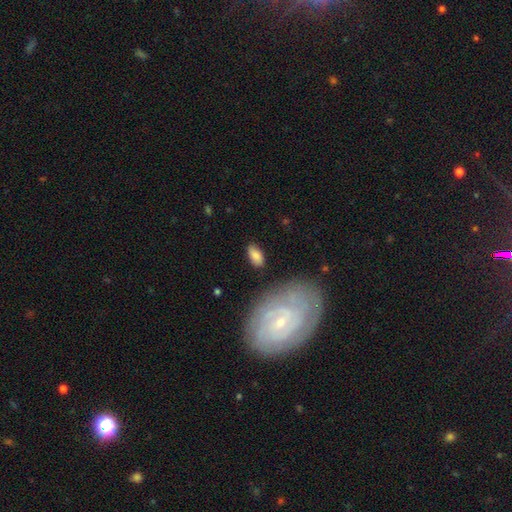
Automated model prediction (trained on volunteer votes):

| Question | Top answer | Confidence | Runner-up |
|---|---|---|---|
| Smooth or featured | smooth | 80% | featured or disk (13%) |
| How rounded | in between | 92% | cigar-shaped (5%) |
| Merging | none | 79% | minor disturbance (13%) |